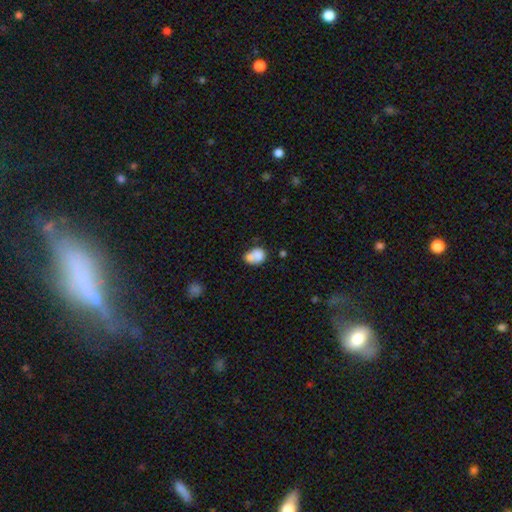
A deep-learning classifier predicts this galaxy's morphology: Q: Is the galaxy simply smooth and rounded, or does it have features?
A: smooth — 75%.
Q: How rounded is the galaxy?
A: in between — 57%.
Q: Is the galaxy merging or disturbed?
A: merger — 47%.